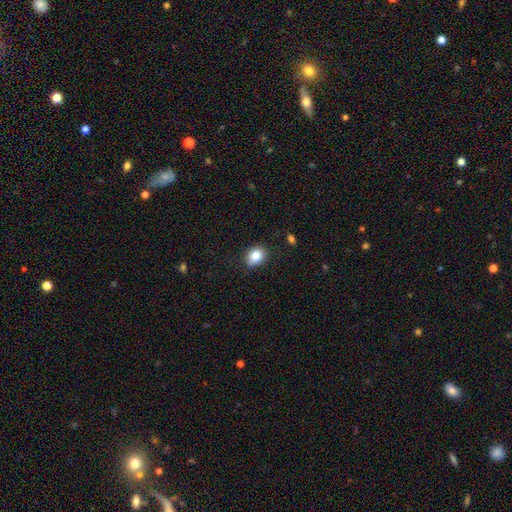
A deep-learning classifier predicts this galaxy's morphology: The model was most divided on "how rounded": round: 53%, in between: 46%, cigar-shaped: 1%. More confident: smooth or featured — smooth (83%); merging — none (82%).